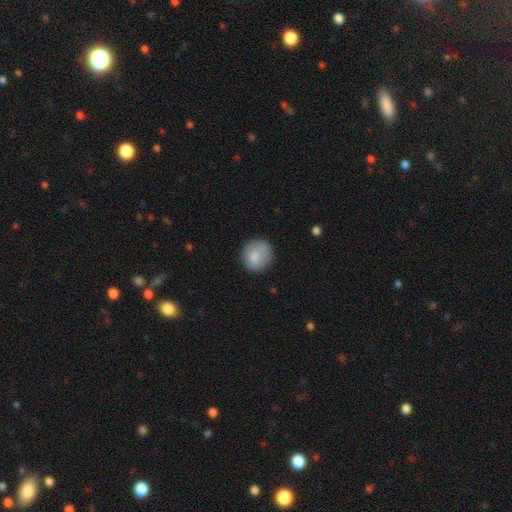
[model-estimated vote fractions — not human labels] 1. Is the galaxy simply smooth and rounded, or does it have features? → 83% smooth, 10% featured or disk, 7% star or artifact.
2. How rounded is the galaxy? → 88% round, 11% in between, 1% cigar-shaped.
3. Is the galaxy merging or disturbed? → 80% none, 15% minor disturbance, 4% major disturbance, 2% merger.